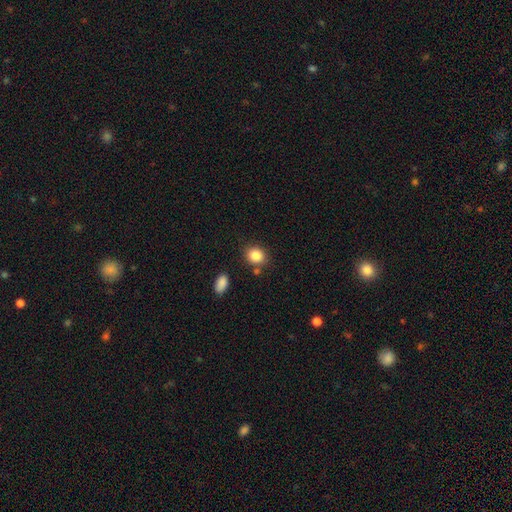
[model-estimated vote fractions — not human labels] Q: Smooth or featured?
A: smooth (85%); runner-up: star or artifact (9%)
Q: How rounded?
A: round (61%); runner-up: in between (38%)
Q: Merging?
A: none (78%); runner-up: minor disturbance (11%)